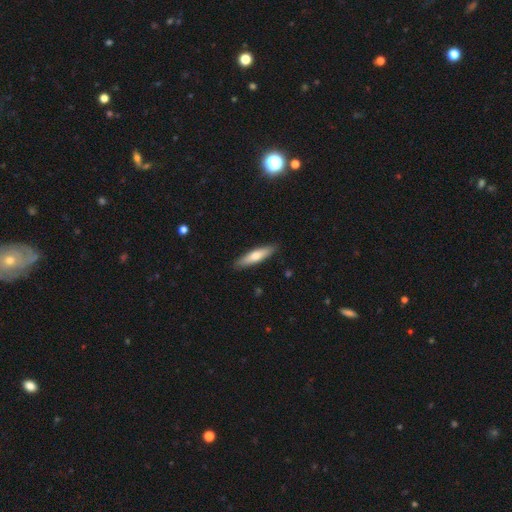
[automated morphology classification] smooth-or-featured: smooth: 66% | featured or disk: 29% | star or artifact: 5%
  how-rounded: cigar-shaped: 73% | in between: 26% | round: 2%
  merging: none: 89% | minor disturbance: 8% | major disturbance: 2% | merger: 1%